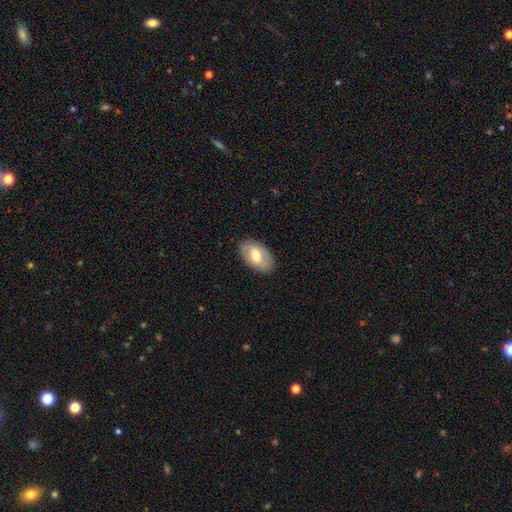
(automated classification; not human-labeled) This is possibly a smooth galaxy (59%). How rounded: clearly in between (91%). Merging: clearly none (85%).